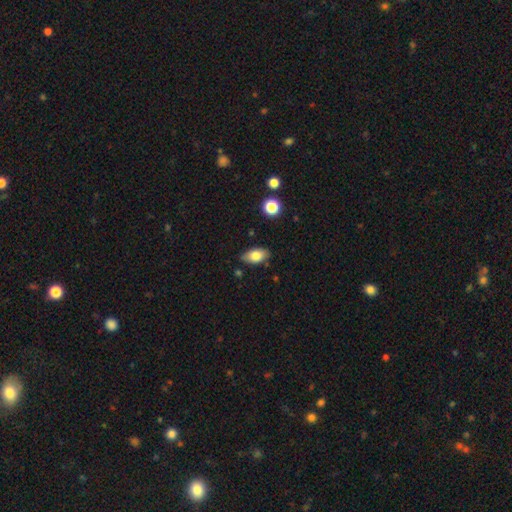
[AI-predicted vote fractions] smooth-or-featured: smooth: 79% | featured or disk: 14% | star or artifact: 8%
  how-rounded: in between: 91% | round: 5% | cigar-shaped: 4%
  merging: none: 83% | minor disturbance: 13% | major disturbance: 2% | merger: 2%